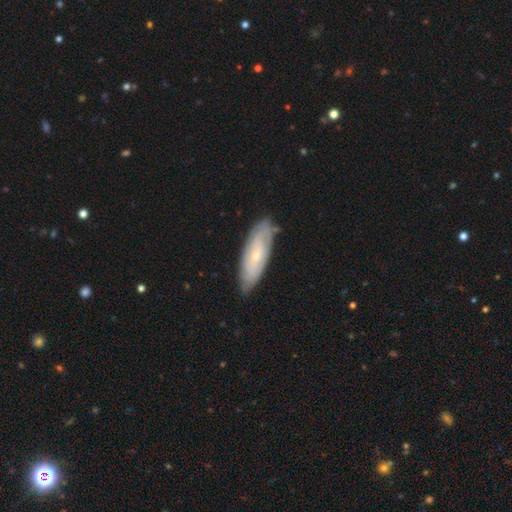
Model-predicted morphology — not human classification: This is possibly a featured or disk galaxy (54%). It is likely not viewed edge-on (75%). Merging: likely none (79%).